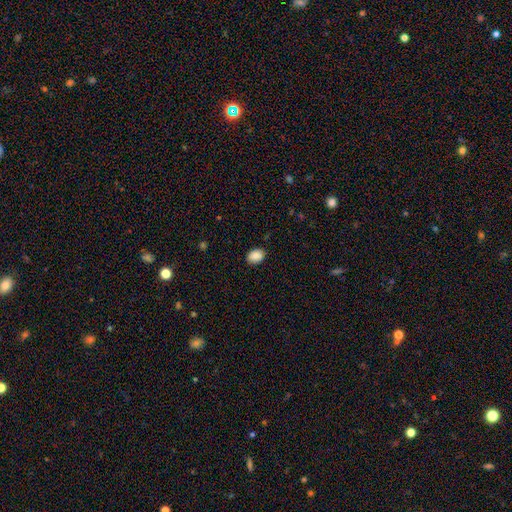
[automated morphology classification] A smooth galaxy with no disk features (89%) that is in between round and cigar-shaped (70%).

Vote fractions:
- Smooth or featured? smooth: 89% / star or artifact: 8% / featured or disk: 3%
- How rounded? in between: 70% / round: 29% / cigar-shaped: 1%
- Merging? none: 87% / minor disturbance: 10% / major disturbance: 2% / merger: 1%